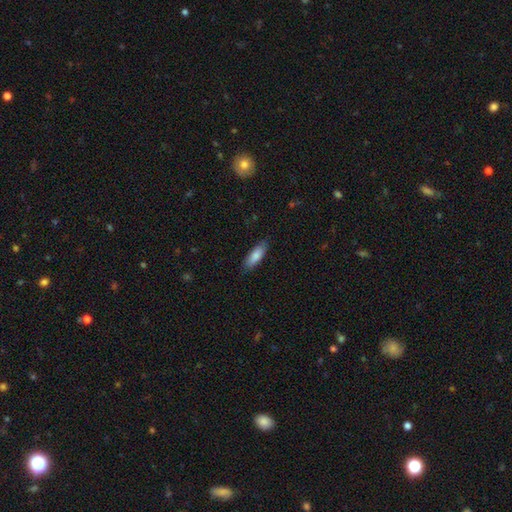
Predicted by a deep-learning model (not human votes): Smooth or featured: smooth — 82% (featured or disk — 12%)
How rounded: in between — 60% (cigar-shaped — 38%)
Merging: none — 82% (minor disturbance — 14%)